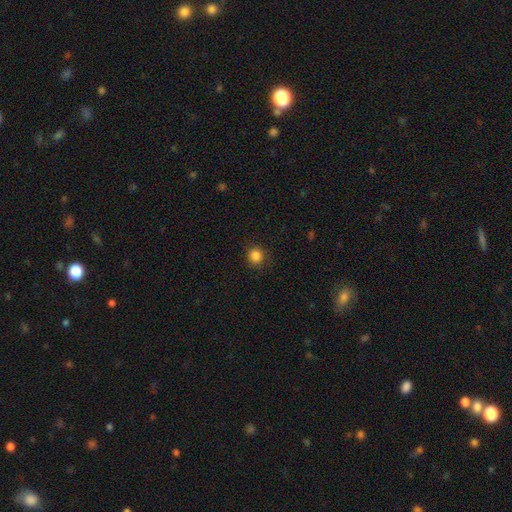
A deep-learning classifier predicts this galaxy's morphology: A smooth galaxy with no disk features (85%) that is round (91%).

Vote fractions:
- Smooth or featured? smooth: 85% / star or artifact: 11% / featured or disk: 4%
- How rounded? round: 91% / in between: 8% / cigar-shaped: 1%
- Merging? none: 88% / minor disturbance: 8% / major disturbance: 3% / merger: 1%